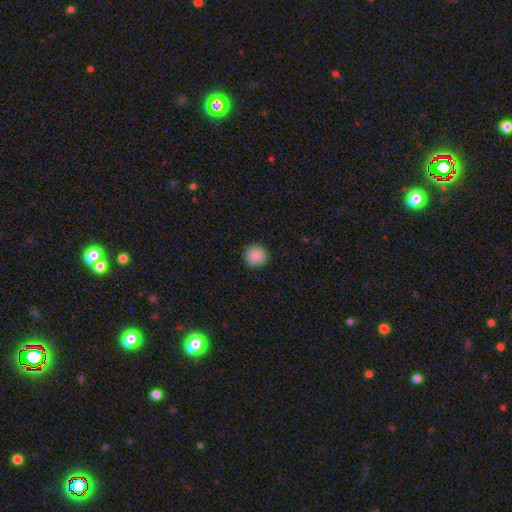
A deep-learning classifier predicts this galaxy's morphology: The model was most divided on "smooth or featured": smooth: 88%, star or artifact: 8%, featured or disk: 4%. More confident: how rounded — round (94%); merging — none (90%).